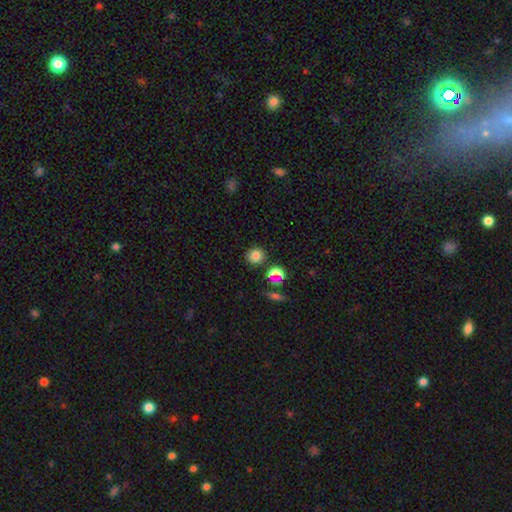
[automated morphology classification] Smooth or featured: smooth — 79% (star or artifact — 15%)
How rounded: round — 89% (in between — 10%)
Merging: none — 85% (minor disturbance — 7%)